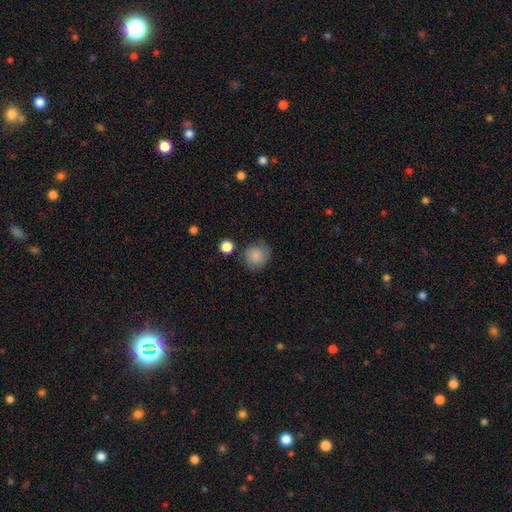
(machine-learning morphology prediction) Smooth or featured? Predicted: smooth (p=0.83). How rounded? Predicted: round (p=0.83). Merging? Predicted: none (p=0.74).